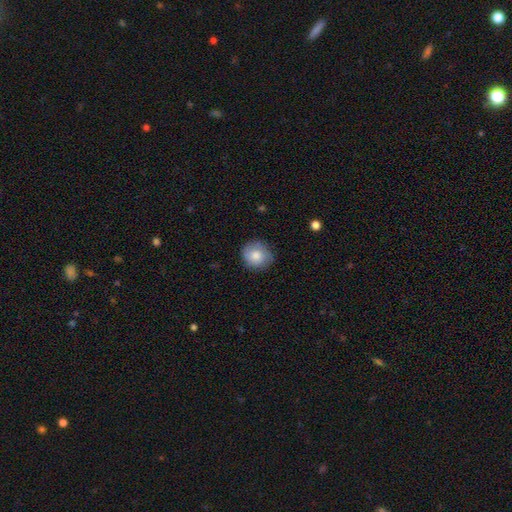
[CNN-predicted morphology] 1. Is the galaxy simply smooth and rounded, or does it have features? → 79% smooth, 14% featured or disk, 7% star or artifact.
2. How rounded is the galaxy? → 87% round, 12% in between, 1% cigar-shaped.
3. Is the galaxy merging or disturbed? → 82% none, 14% minor disturbance, 3% major disturbance, 1% merger.